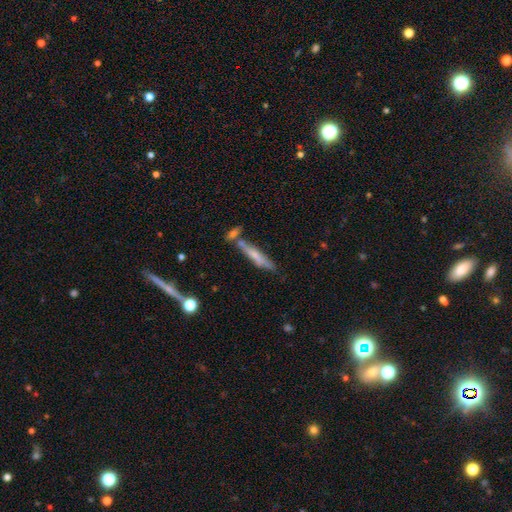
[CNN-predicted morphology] smooth_or_featured: smooth (p=0.60) [alt: featured or disk p=0.34]
how_rounded: cigar-shaped (p=0.88) [alt: in between p=0.10]
merging: none (p=0.63) [alt: minor disturbance p=0.17]